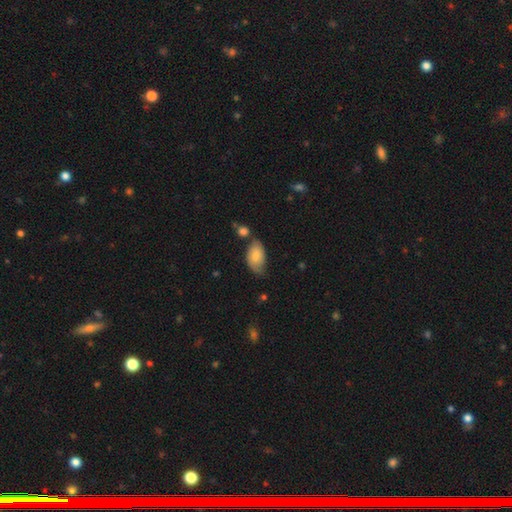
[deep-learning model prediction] This appears to be a smooth galaxy with no disk features (67%) that is in between round and cigar-shaped (92%). Merging: none (52%).